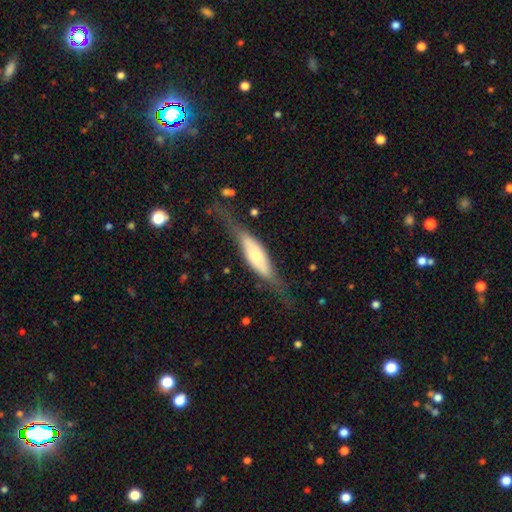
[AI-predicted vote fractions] Q: Smooth or featured?
A: featured or disk (57%); runner-up: smooth (37%)
Q: Edge-on disk?
A: yes (69%); runner-up: no (31%)
Q: Merging?
A: none (56%); runner-up: minor disturbance (23%)